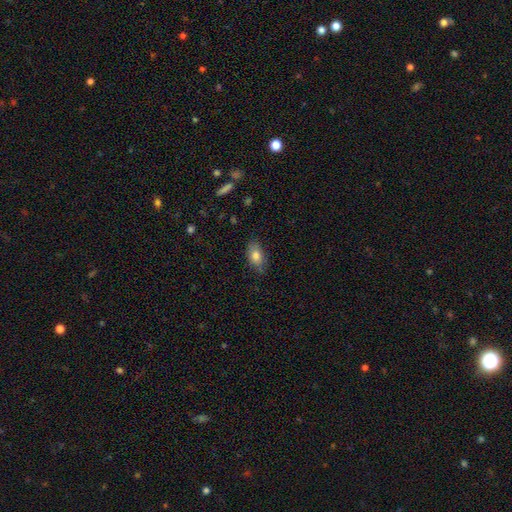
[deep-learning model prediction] This appears to be a smooth galaxy with no disk features (80%) that is in between round and cigar-shaped (87%). Merging: none (77%).